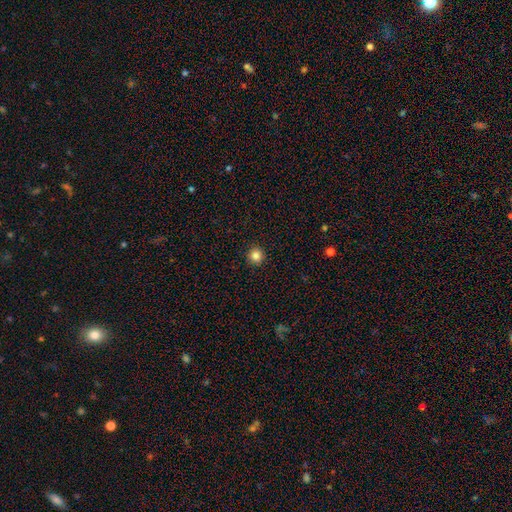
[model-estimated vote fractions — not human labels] smooth_or_featured: smooth (p=0.84) [alt: star or artifact p=0.11]
how_rounded: round (p=0.95) [alt: in between p=0.04]
merging: none (p=0.93) [alt: minor disturbance p=0.04]